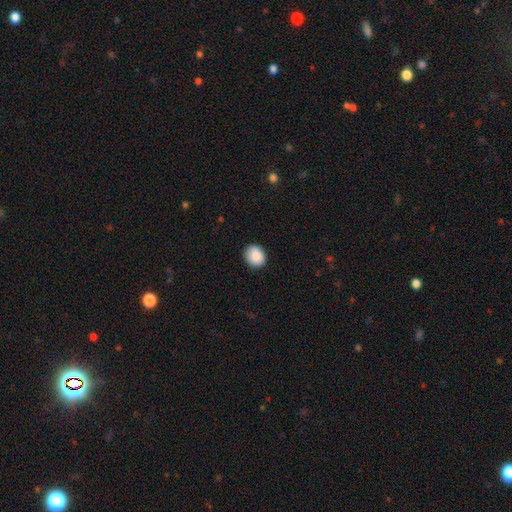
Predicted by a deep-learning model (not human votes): This is clearly a smooth galaxy (89%). How rounded: likely round (65%). Merging: clearly none (87%).